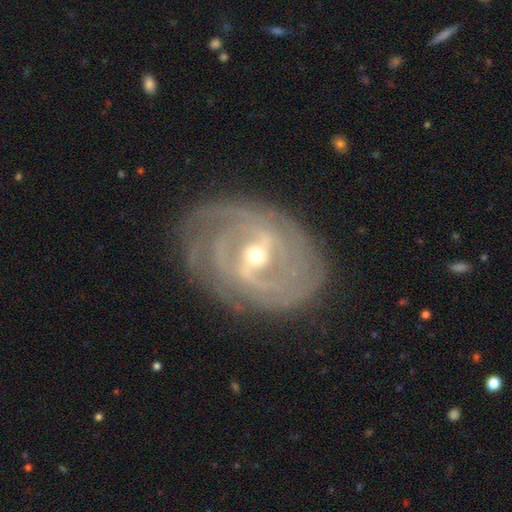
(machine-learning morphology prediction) type=featured or disk (89%); edge-on=no (95%); bar=strong (44%); spiral arms=yes (94%); winding=tight (65%); arm count=2 (39%); bulge=small (53%); merging=none (76%).